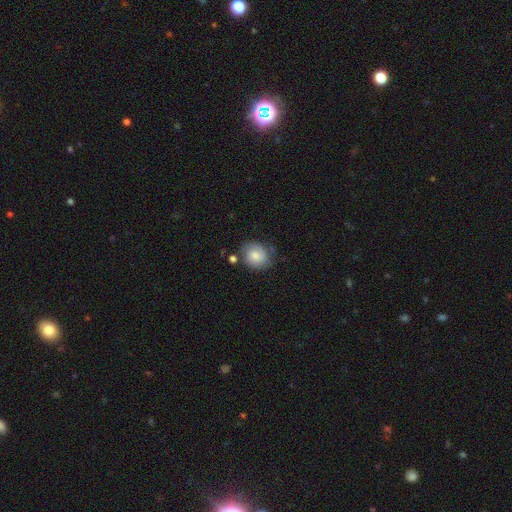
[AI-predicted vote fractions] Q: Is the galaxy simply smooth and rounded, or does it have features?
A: smooth — 70%.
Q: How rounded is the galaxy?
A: round — 69%.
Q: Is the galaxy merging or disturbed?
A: none — 66%.